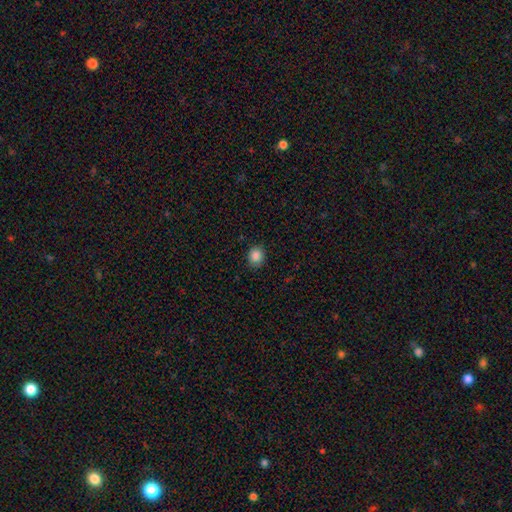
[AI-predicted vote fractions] A smooth galaxy with no disk features (86%) that is round (67%). Merging: none (86%).